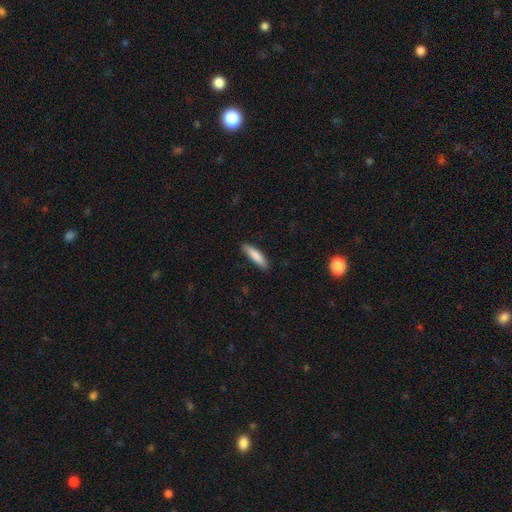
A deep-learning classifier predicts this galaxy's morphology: A smooth galaxy with no disk features (85%) that is cigar-shaped (74%).

Vote fractions:
- Smooth or featured? smooth: 85% / featured or disk: 10% / star or artifact: 6%
- How rounded? cigar-shaped: 74% / in between: 25% / round: 1%
- Merging? none: 84% / minor disturbance: 12% / major disturbance: 2% / merger: 1%